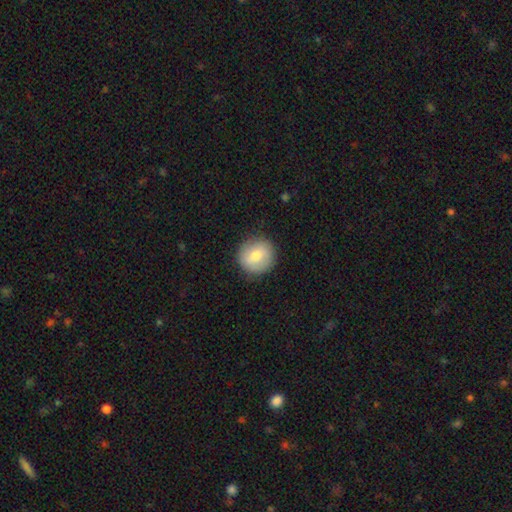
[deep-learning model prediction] Smooth or featured: smooth — 74% (featured or disk — 19%)
How rounded: round — 93% (in between — 6%)
Merging: none — 88% (minor disturbance — 9%)